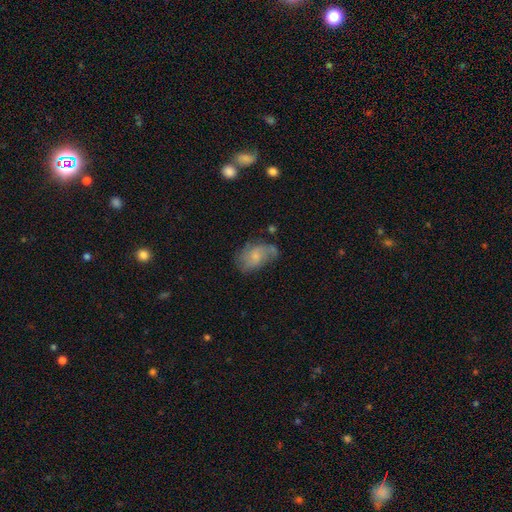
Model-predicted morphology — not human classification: This appears to be a featured or disk galaxy (50%). Merging: none (50%).